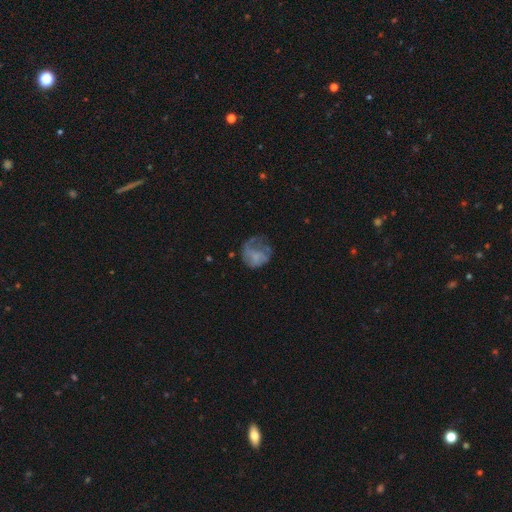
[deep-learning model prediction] smooth 50%, featured or disk 39%, star or artifact 11%. Down the decision tree: merging — major disturbance (41%).